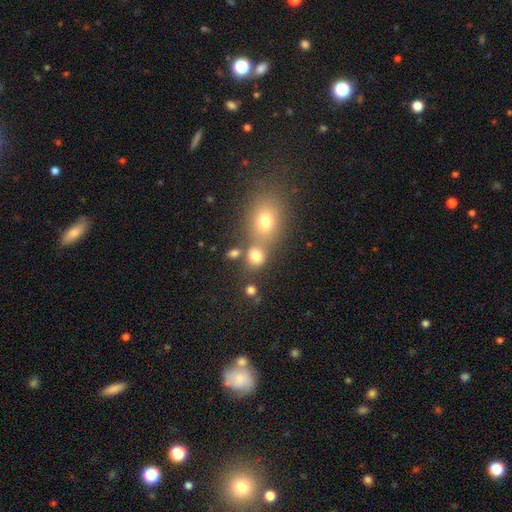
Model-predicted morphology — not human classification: Smooth or featured?
  - smooth: 77% *
  - star or artifact: 15%
  - featured or disk: 9%
How rounded?
  - round: 70% *
  - in between: 28%
  - cigar-shaped: 1%
Merging?
  - none: 50% *
  - merger: 35%
  - minor disturbance: 10%
  - major disturbance: 5%